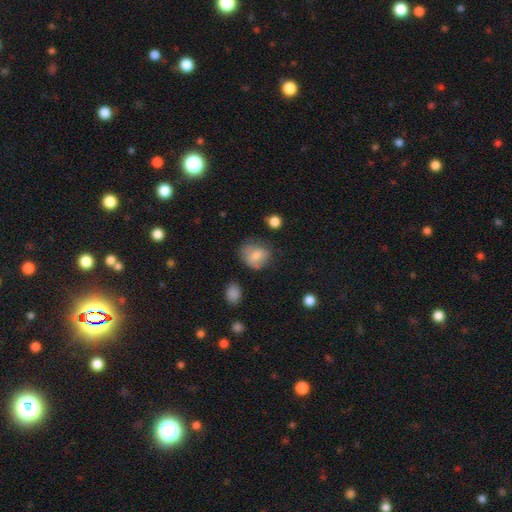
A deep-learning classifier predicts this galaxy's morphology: The model was most divided on "merging": none: 57%, minor disturbance: 28%, major disturbance: 11%, merger: 3%. More confident: smooth or featured — smooth (76%); how rounded — round (65%).